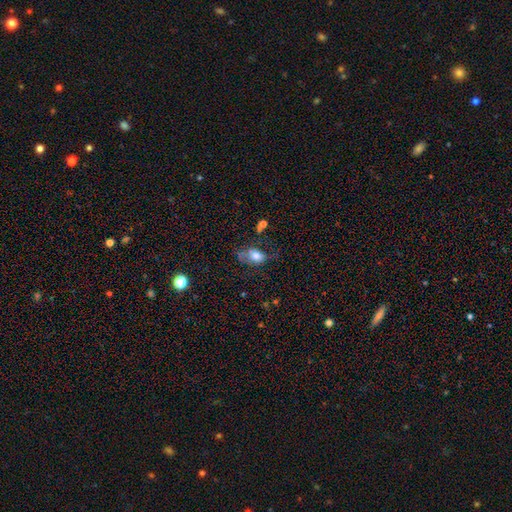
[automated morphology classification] This is likely a smooth galaxy (65%). How rounded: clearly in between (80%). Merging: marginally major disturbance (35%).